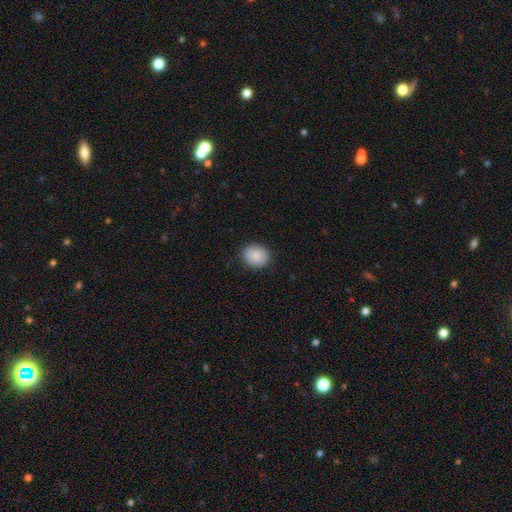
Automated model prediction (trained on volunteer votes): Smooth or featured? smooth (87%)
How rounded? round (67%)
Merging? none (89%)